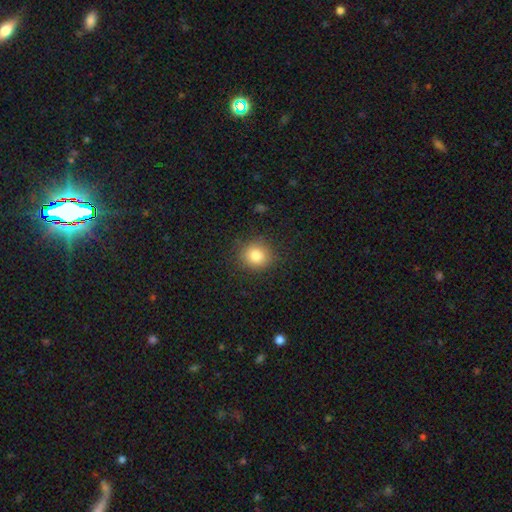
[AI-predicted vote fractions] Morphology: type=smooth (82%); roundness=round (87%); merging=none (87%).